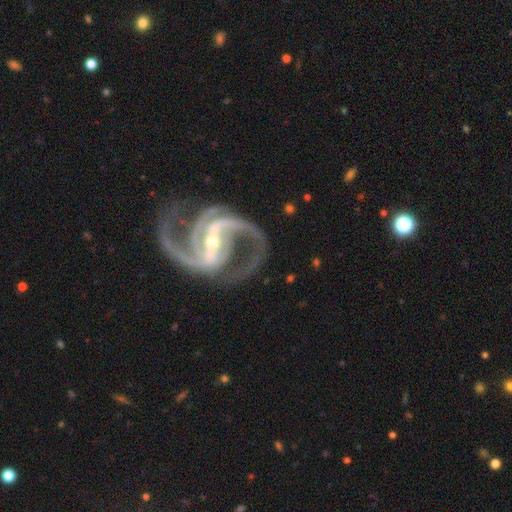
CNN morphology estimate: smooth_or_featured: featured or disk (p=0.94) [alt: star or artifact p=0.04]
disk_edge_on: no (p=0.98) [alt: yes p=0.02]
bar: strong (p=0.71) [alt: weak p=0.22]
has_spiral_arms: yes (p=0.99) [alt: no p=0.01]
spiral_winding: medium (p=0.63) [alt: loose p=0.19]
spiral_arm_count: 2 (p=0.88) [alt: 3 p=0.05]
bulge_size: small (p=0.66) [alt: moderate p=0.30]
merging: none (p=0.75) [alt: minor disturbance p=0.14]